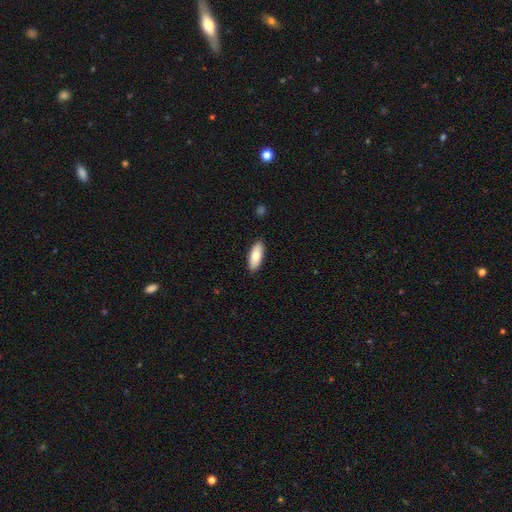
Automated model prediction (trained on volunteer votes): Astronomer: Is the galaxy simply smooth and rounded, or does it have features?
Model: smooth — 73%.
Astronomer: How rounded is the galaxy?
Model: in between — 78%.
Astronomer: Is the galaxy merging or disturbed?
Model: none — 90%.